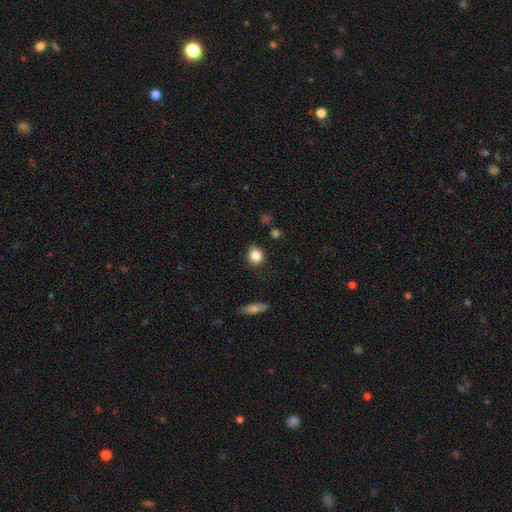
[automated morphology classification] The model was most divided on "how rounded": round: 83%, in between: 16%, cigar-shaped: 1%. More confident: smooth or featured — smooth (85%); merging — none (83%).